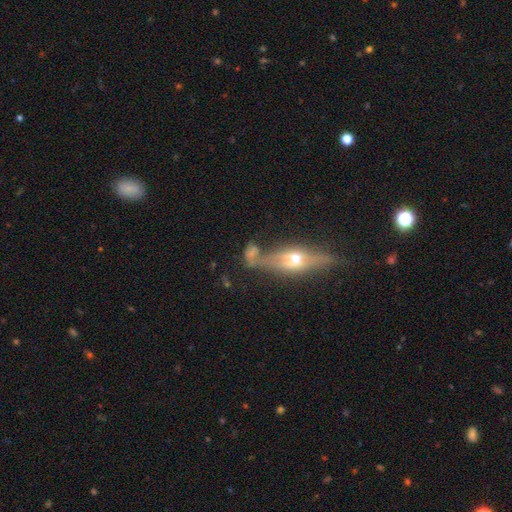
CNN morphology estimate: smooth_or_featured: featured or disk (p=0.68) [alt: smooth p=0.20]
disk_edge_on: yes (p=0.76) [alt: no p=0.24]
edge_on_bulge: rounded (p=0.91) [alt: boxy p=0.04]
merging: none (p=0.49) [alt: merger p=0.24]